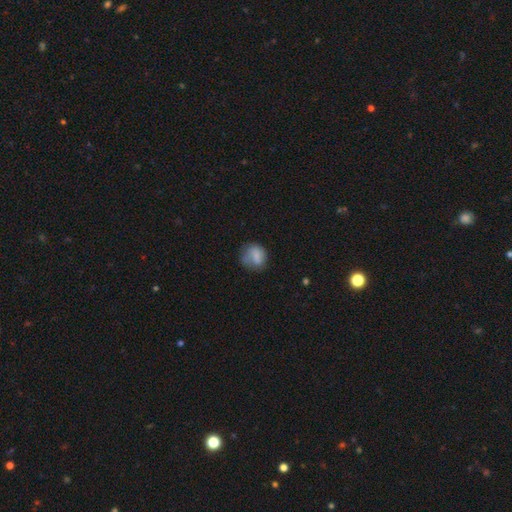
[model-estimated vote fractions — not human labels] Q: Smooth or featured?
A: smooth (74%); runner-up: featured or disk (18%)
Q: How rounded?
A: round (69%); runner-up: in between (30%)
Q: Merging?
A: none (55%); runner-up: minor disturbance (28%)